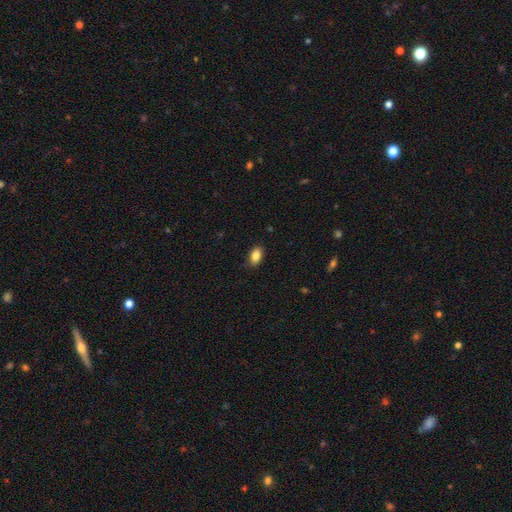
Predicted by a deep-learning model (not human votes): Smooth or featured? smooth (86%)
How rounded? in between (90%)
Merging? none (85%)